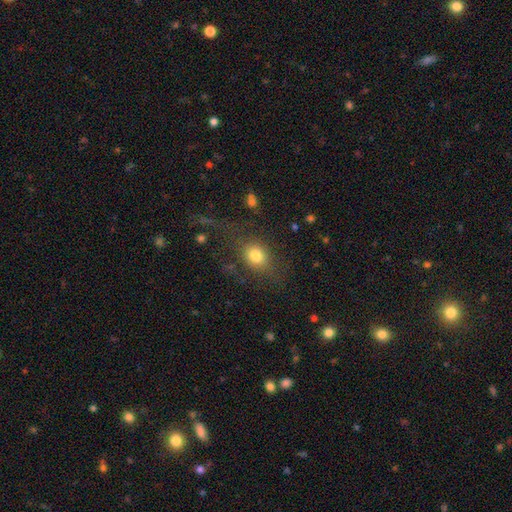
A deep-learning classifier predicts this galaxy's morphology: smooth 77%, star or artifact 12%, featured or disk 11%. Down the decision tree: how rounded — round (51%); merging — none (66%).